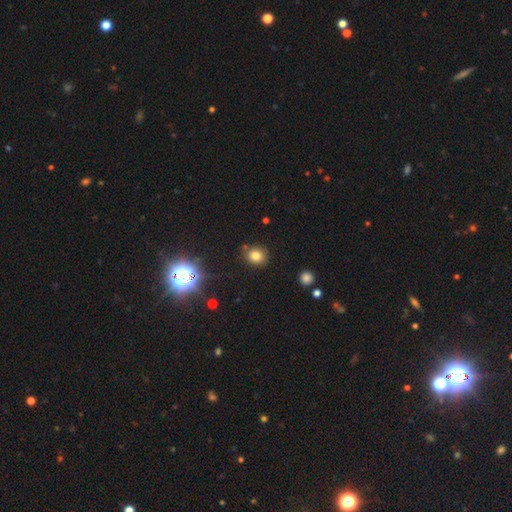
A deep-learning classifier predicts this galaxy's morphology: smooth_or_featured: smooth (p=0.77) [alt: star or artifact p=0.16]
how_rounded: round (p=0.76) [alt: in between p=0.23]
merging: none (p=0.81) [alt: minor disturbance p=0.11]